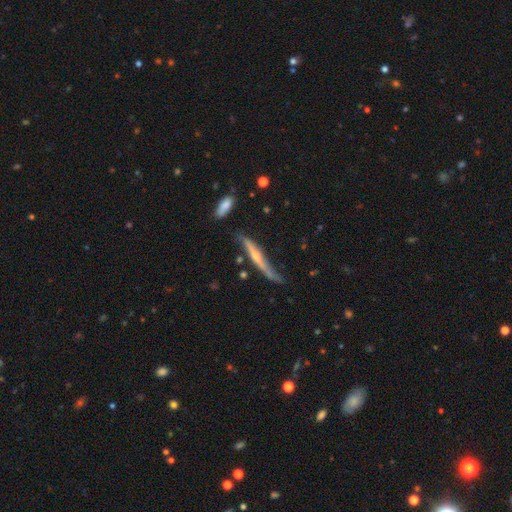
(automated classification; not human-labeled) Smooth or featured: featured or disk — 69% (smooth — 25%)
Edge-on disk: yes — 88% (no — 12%)
Edge-on bulge: rounded — 66% (none — 28%)
Merging: none — 54% (minor disturbance — 31%)